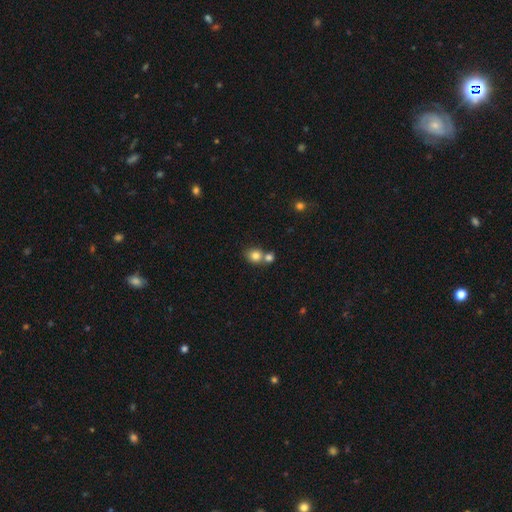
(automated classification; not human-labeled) Morphology: type=smooth (81%); roundness=round (75%); merging=none (46%).